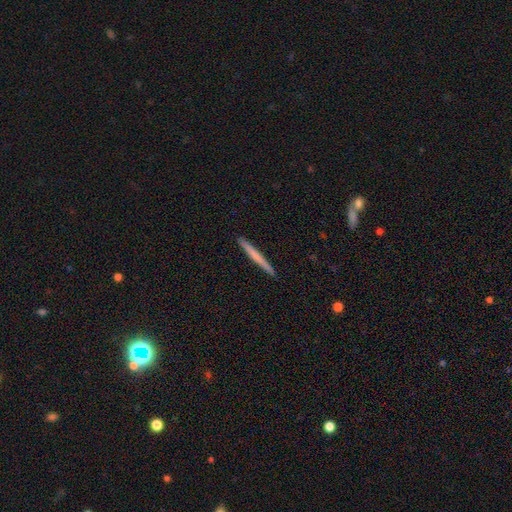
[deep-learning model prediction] Smooth or featured? Predicted: smooth (p=0.58). How rounded? Predicted: cigar-shaped (p=0.97). Merging? Predicted: none (p=0.93).